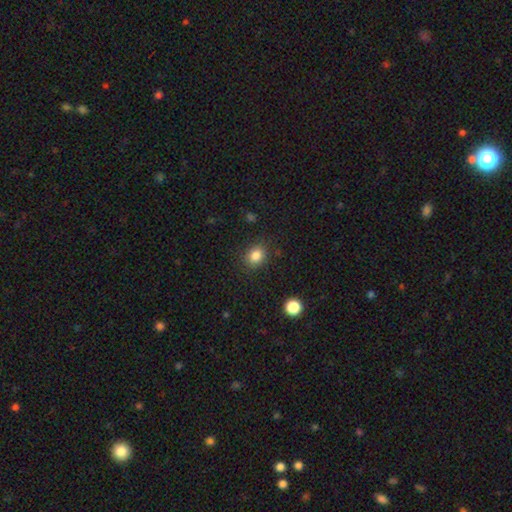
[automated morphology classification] Smooth or featured: smooth — 84% (star or artifact — 11%)
How rounded: round — 56% (in between — 44%)
Merging: none — 84% (minor disturbance — 11%)